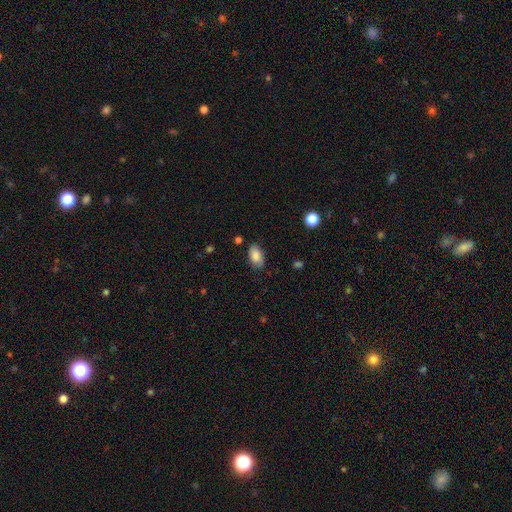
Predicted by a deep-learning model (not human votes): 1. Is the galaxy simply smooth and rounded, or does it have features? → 85% smooth, 8% star or artifact, 7% featured or disk.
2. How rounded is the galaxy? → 92% in between, 6% round, 2% cigar-shaped.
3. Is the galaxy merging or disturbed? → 81% none, 14% minor disturbance, 3% major disturbance, 2% merger.